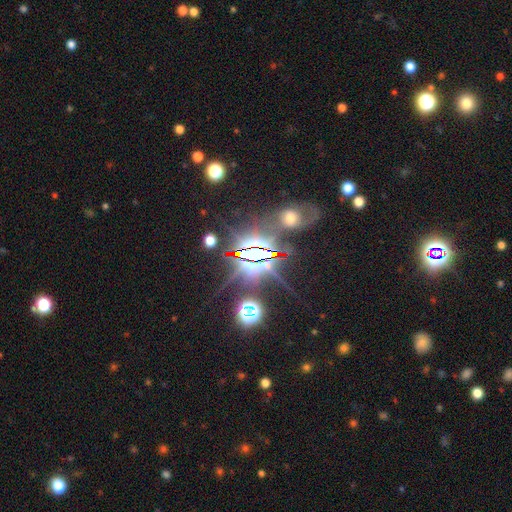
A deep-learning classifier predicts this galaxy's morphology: This is likely a star or artifact rather than a galaxy (75%).